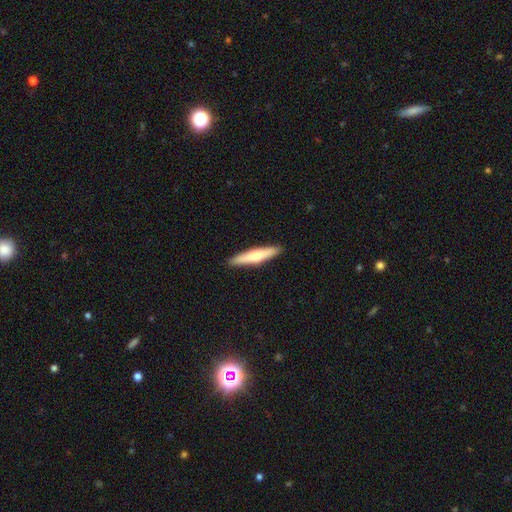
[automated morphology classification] smooth-or-featured: smooth: 54% | featured or disk: 41% | star or artifact: 5%
  how-rounded: cigar-shaped: 88% | in between: 10% | round: 1%
  merging: none: 91% | minor disturbance: 6% | major disturbance: 1% | merger: 1%